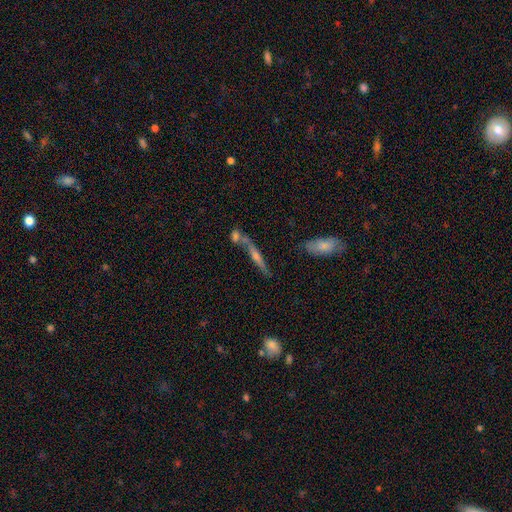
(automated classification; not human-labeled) Smooth or featured? featured or disk (64%)
Edge-on disk? yes (91%)
Edge-on bulge? rounded (79%)
Merging? none (60%)